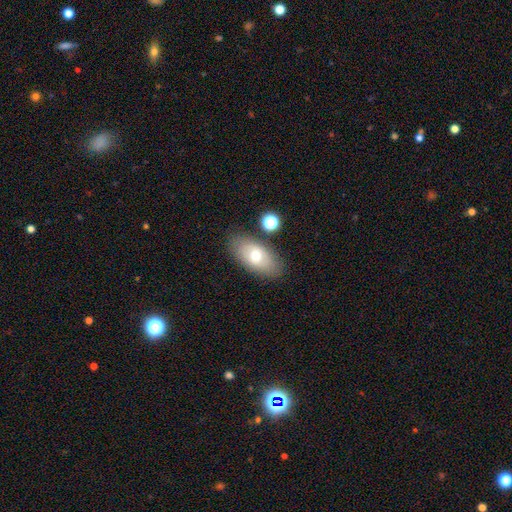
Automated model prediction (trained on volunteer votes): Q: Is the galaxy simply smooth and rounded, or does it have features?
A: smooth — 66%.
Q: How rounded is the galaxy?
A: in between — 91%.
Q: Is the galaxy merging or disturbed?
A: none — 82%.